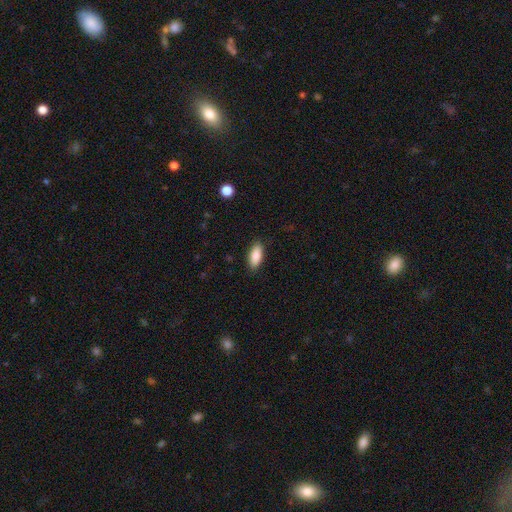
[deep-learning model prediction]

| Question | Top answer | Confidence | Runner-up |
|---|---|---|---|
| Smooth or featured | smooth | 87% | featured or disk (6%) |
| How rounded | in between | 84% | cigar-shaped (14%) |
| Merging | none | 88% | minor disturbance (9%) |